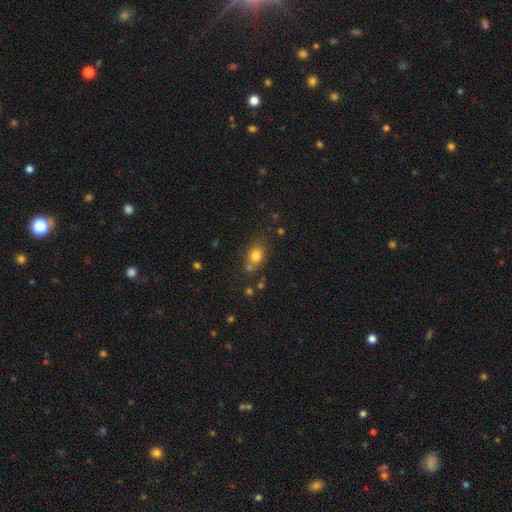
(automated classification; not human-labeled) A smooth galaxy with no disk features (78%) that is in between round and cigar-shaped (53%). Merging: none (61%).